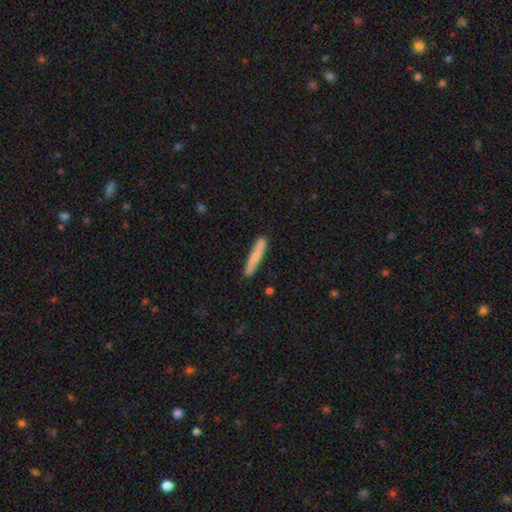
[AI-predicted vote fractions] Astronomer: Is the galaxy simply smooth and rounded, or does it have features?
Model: smooth — 72%.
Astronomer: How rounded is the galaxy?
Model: cigar-shaped — 93%.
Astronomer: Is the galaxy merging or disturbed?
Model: none — 84%.